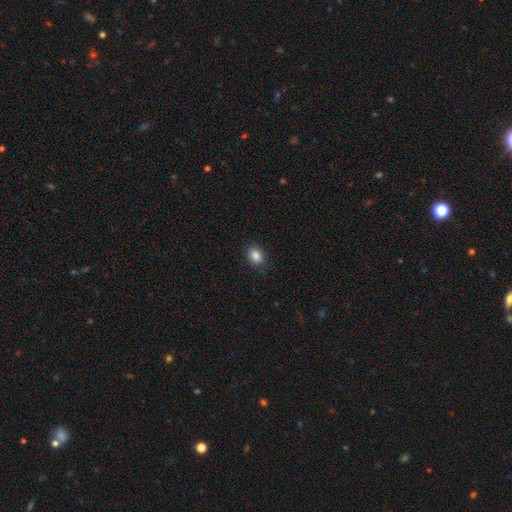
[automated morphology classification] Q: Smooth or featured?
A: smooth (85%); runner-up: star or artifact (10%)
Q: How rounded?
A: in between (54%); runner-up: round (45%)
Q: Merging?
A: none (87%); runner-up: minor disturbance (9%)